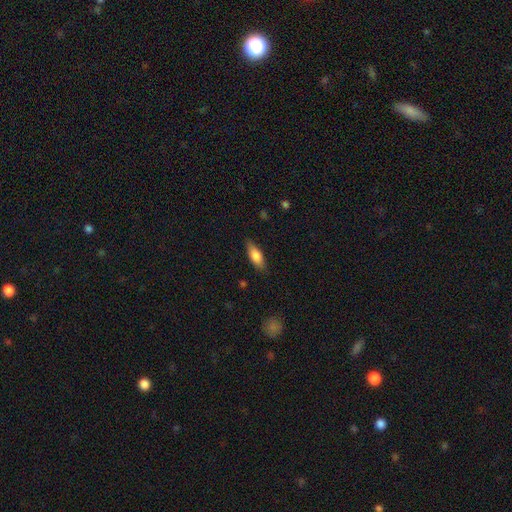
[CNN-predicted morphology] Q: Smooth or featured?
A: smooth (80%); runner-up: featured or disk (14%)
Q: How rounded?
A: in between (70%); runner-up: cigar-shaped (28%)
Q: Merging?
A: none (83%); runner-up: minor disturbance (13%)